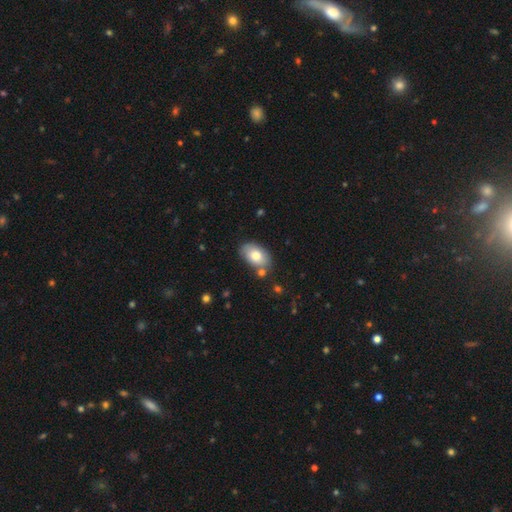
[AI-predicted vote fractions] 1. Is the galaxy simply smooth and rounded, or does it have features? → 76% smooth, 17% featured or disk, 7% star or artifact.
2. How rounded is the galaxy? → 92% in between, 7% round, 1% cigar-shaped.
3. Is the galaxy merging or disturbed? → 71% none, 17% minor disturbance, 9% merger, 4% major disturbance.